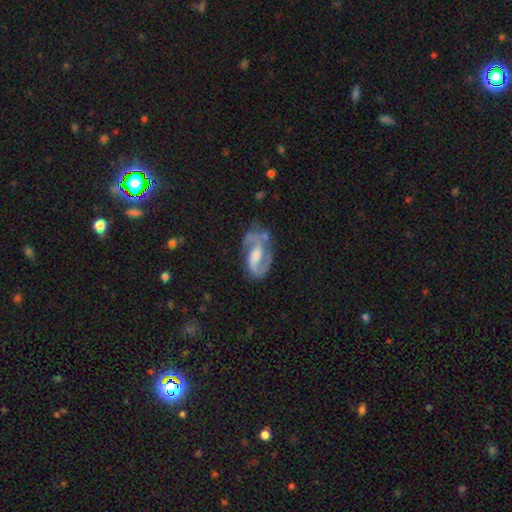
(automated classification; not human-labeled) The model was most divided on "bar": weak: 48%, no: 34%, strong: 18%. More confident: edge-on disk — no (97%); spiral arms — yes (96%); spiral arm count — 2 (86%); smooth or featured — featured or disk (86%); merging — none (62%); spiral winding — medium (53%); bulge size — moderate (52%).